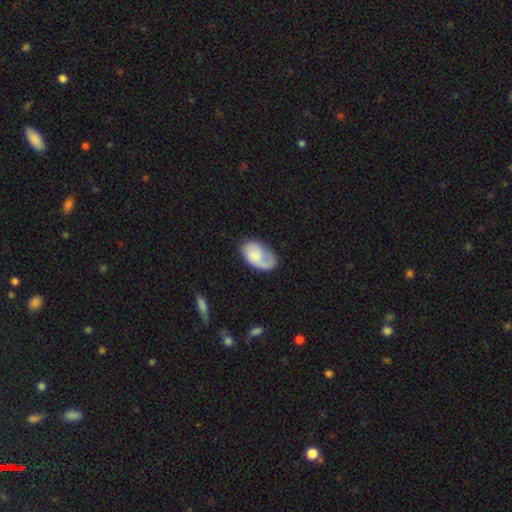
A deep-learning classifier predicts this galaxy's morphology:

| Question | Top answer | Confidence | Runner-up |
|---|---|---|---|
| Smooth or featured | smooth | 62% | featured or disk (32%) |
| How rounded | in between | 92% | round (7%) |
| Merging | none | 53% | minor disturbance (28%) |